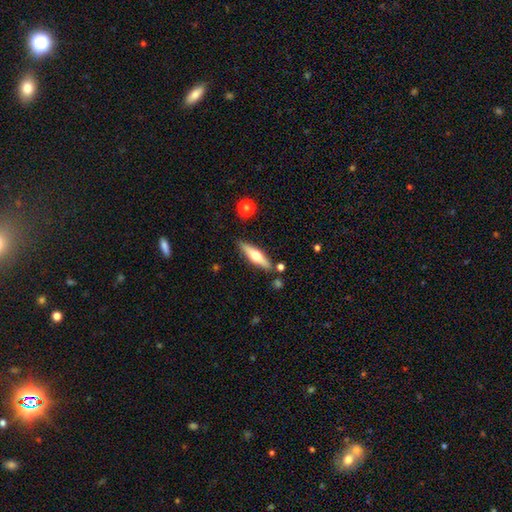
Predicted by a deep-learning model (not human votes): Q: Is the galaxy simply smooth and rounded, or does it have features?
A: featured or disk — 53%.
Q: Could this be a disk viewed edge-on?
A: yes — 93%.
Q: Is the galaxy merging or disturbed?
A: none — 83%.